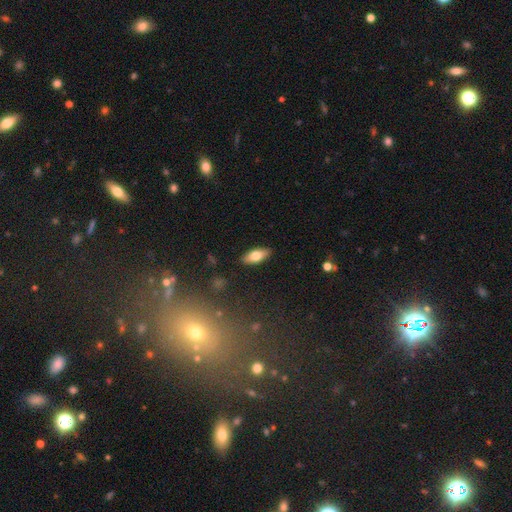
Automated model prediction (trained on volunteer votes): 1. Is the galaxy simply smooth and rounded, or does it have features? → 72% smooth, 21% featured or disk, 7% star or artifact.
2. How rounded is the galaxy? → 82% in between, 16% cigar-shaped, 3% round.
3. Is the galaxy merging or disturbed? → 89% none, 8% minor disturbance, 2% major disturbance, 1% merger.